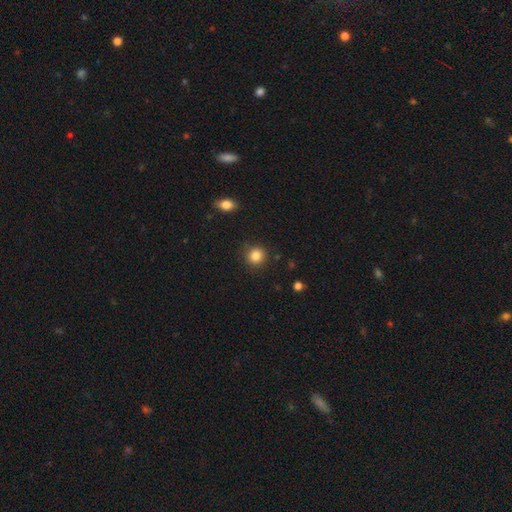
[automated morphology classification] smooth_or_featured: smooth (p=0.85) [alt: star or artifact p=0.11]
how_rounded: round (p=0.90) [alt: in between p=0.10]
merging: none (p=0.87) [alt: minor disturbance p=0.09]